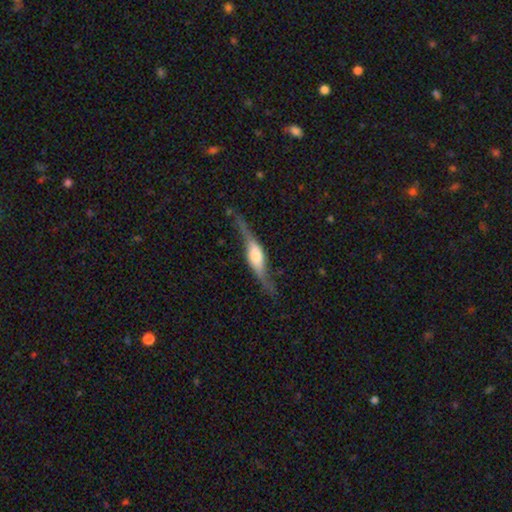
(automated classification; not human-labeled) A featured or disk galaxy (79%) viewed edge-on (72%) with a rounded central bulge (77%). Merging: none (66%).